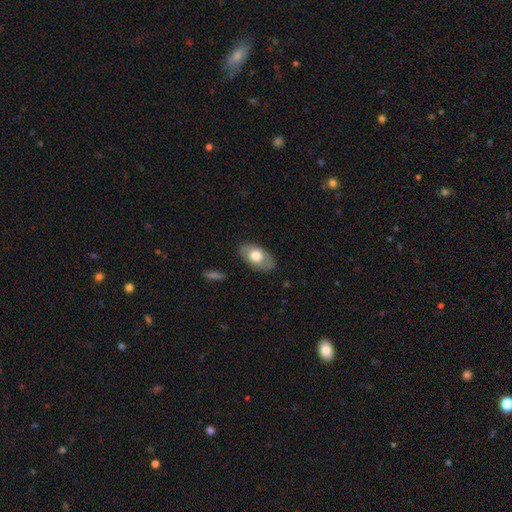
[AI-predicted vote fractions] A smooth galaxy with no disk features (64%) that is in between round and cigar-shaped (92%).

Vote fractions:
- Smooth or featured? smooth: 64% / featured or disk: 30% / star or artifact: 6%
- How rounded? in between: 92% / round: 7% / cigar-shaped: 2%
- Merging? none: 83% / minor disturbance: 13% / major disturbance: 3% / merger: 1%